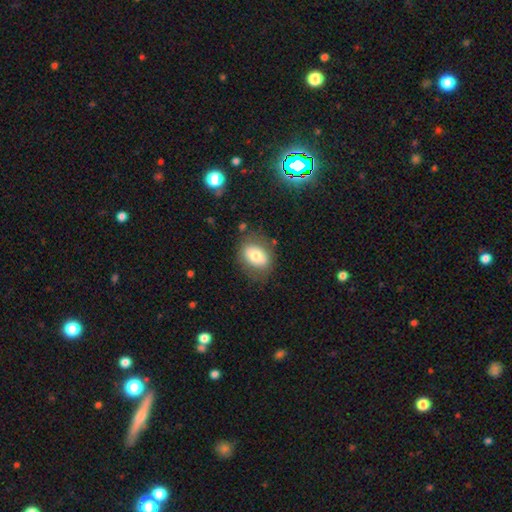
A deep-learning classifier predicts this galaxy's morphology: smooth 68%, featured or disk 24%, star or artifact 8%. Down the decision tree: how rounded — in between (68%); merging — none (71%).